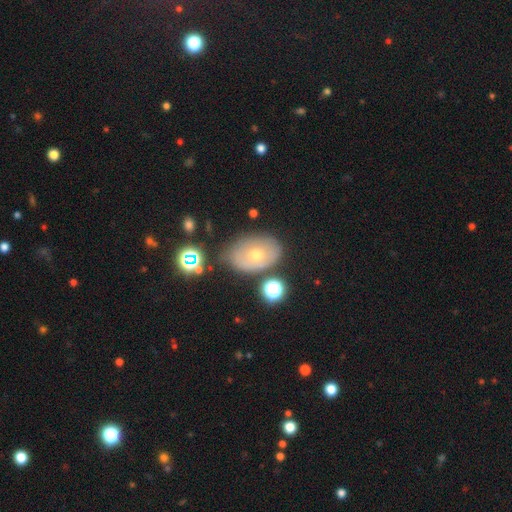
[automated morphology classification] This appears to be a smooth galaxy with no disk features (54%) that is in between round and cigar-shaped (80%). Merging: none (62%).